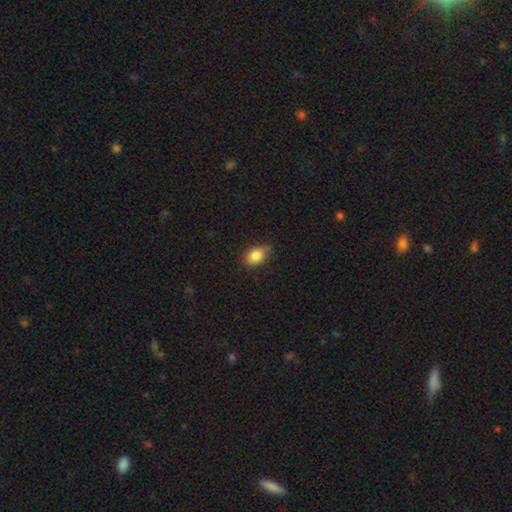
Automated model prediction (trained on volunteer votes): This appears to be a smooth galaxy with no disk features (84%) that is in between round and cigar-shaped (80%). Merging: none (68%).